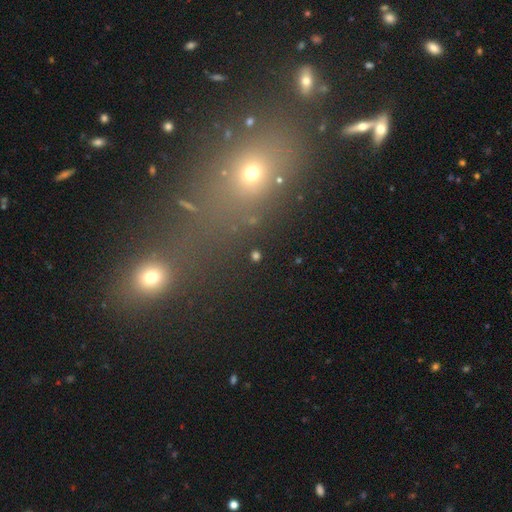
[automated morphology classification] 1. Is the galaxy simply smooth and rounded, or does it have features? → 47% smooth, 41% star or artifact, 12% featured or disk.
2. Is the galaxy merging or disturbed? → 82% none, 8% minor disturbance, 5% merger, 5% major disturbance.